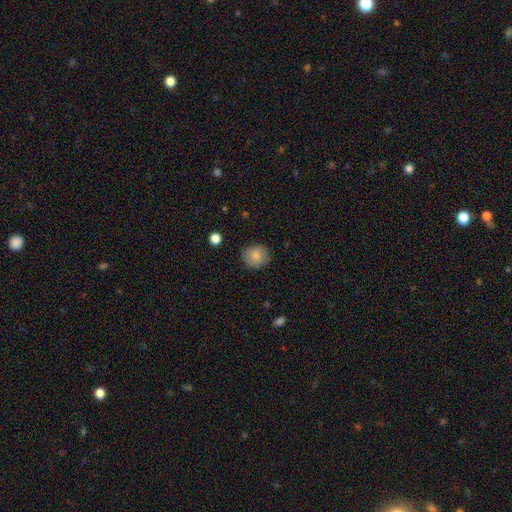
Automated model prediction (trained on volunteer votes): Smooth or featured? Predicted: smooth (p=0.85). How rounded? Predicted: round (p=0.82). Merging? Predicted: none (p=0.86).